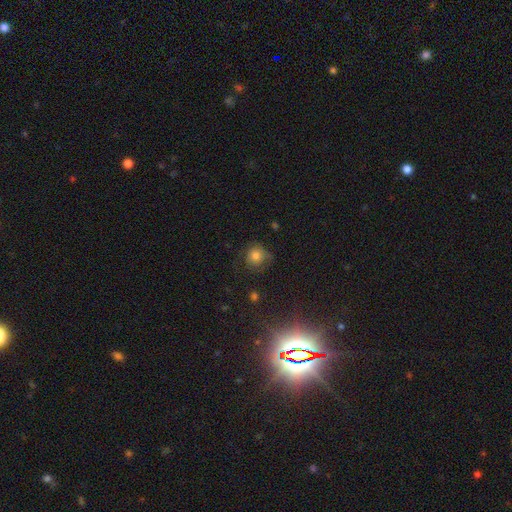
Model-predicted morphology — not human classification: Smooth or featured? Predicted: smooth (p=0.75). How rounded? Predicted: round (p=0.86). Merging? Predicted: none (p=0.64).